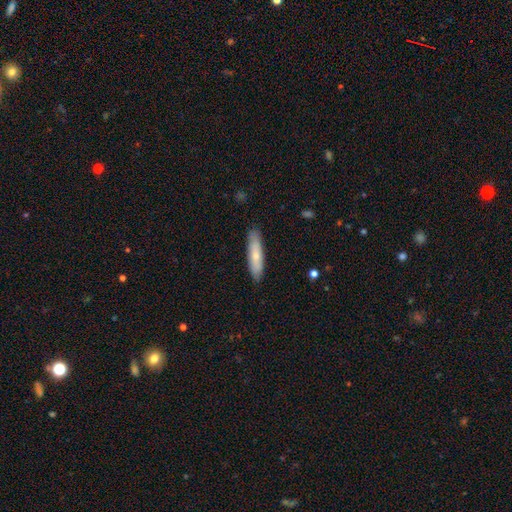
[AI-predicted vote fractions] A smooth galaxy with no disk features (65%) that is cigar-shaped (73%).

Vote fractions:
- Smooth or featured? smooth: 65% / featured or disk: 29% / star or artifact: 6%
- How rounded? cigar-shaped: 73% / in between: 26% / round: 2%
- Merging? none: 87% / minor disturbance: 10% / major disturbance: 2% / merger: 1%